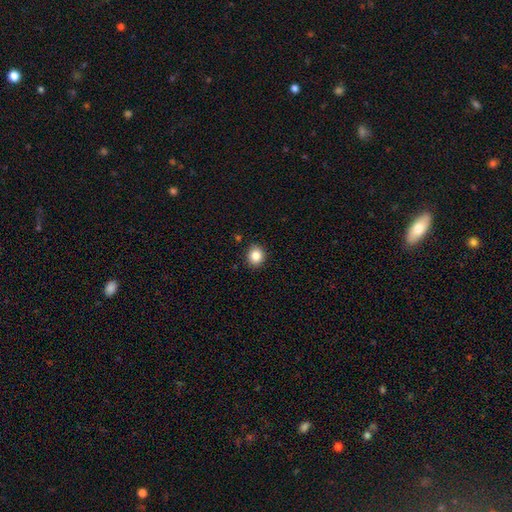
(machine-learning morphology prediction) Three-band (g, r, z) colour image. It shows a smooth galaxy with no disk features (84%) that is round (74%). Merging: none (89%).